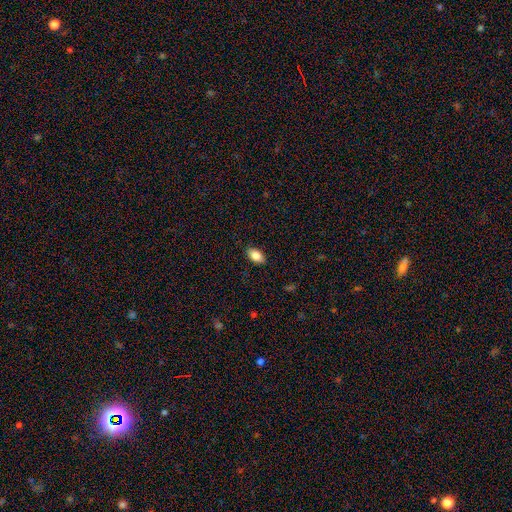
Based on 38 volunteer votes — Smooth or featured? 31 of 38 (82%) said smooth. How rounded? 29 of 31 (94%) said in between. Merging? 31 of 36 (86%) said none.